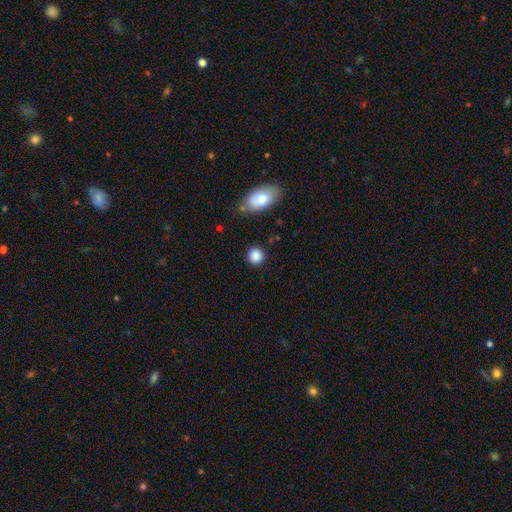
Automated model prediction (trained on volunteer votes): Smooth or featured? Predicted: smooth (p=0.87). How rounded? Predicted: round (p=0.89). Merging? Predicted: none (p=0.86).